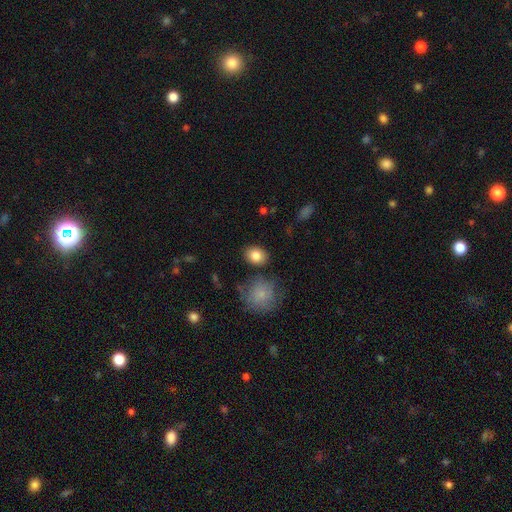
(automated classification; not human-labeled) This is clearly a smooth galaxy (84%). How rounded: possibly in between (52%). Merging: clearly none (82%).